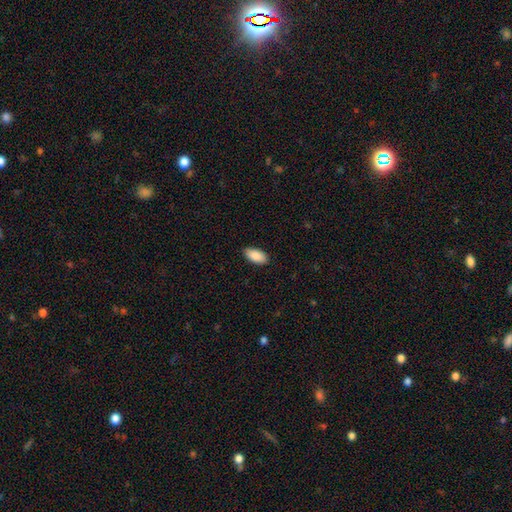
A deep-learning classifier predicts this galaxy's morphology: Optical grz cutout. It shows a smooth galaxy with no disk features (90%) that is in between round and cigar-shaped (94%). Merging: none (87%).